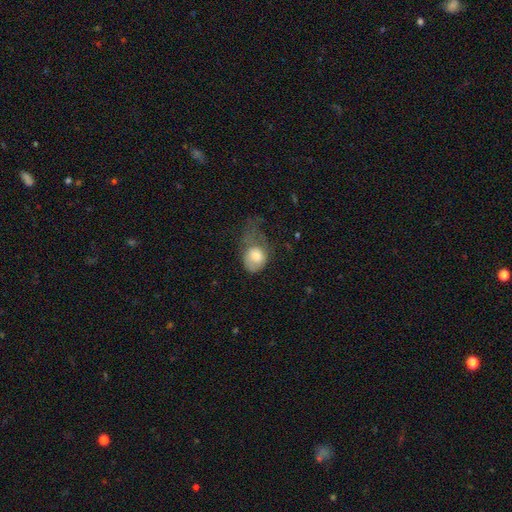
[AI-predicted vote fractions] A smooth galaxy with no disk features (71%) that is in between round and cigar-shaped (57%). Merging: major disturbance (54%).